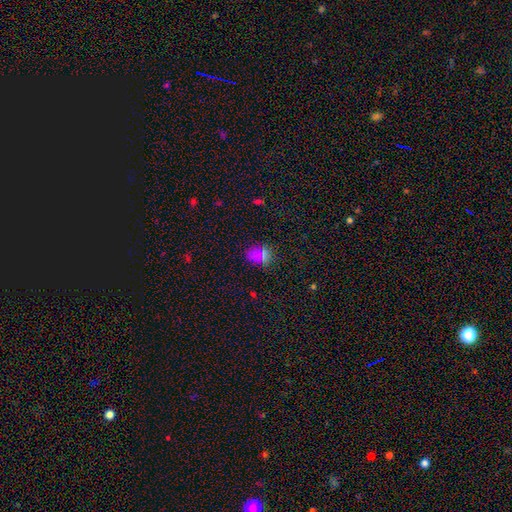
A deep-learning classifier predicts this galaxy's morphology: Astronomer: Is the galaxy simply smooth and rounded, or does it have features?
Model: smooth — 65%.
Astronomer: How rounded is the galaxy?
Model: in between — 58% (runner-up: round, 39%).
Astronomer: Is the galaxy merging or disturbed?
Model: none — 83%.